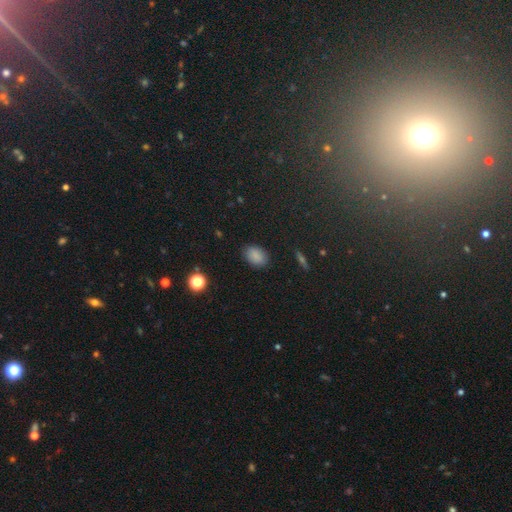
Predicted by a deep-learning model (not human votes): The model was most divided on "how rounded": in between: 84%, round: 15%, cigar-shaped: 1%. More confident: merging — none (85%); smooth or featured — smooth (85%).